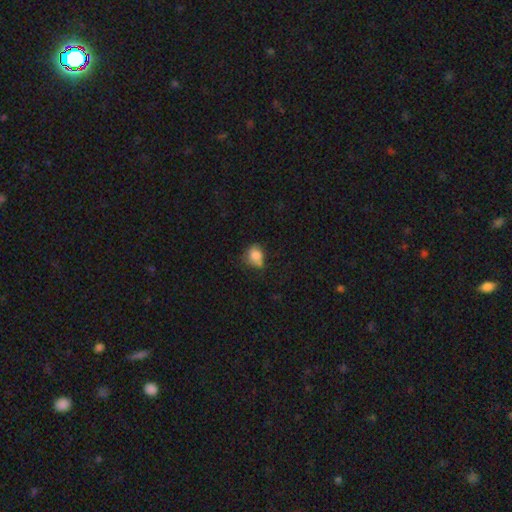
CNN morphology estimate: smooth 80%, featured or disk 10%, star or artifact 10%. Down the decision tree: how rounded — round (58%); merging — none (48%).